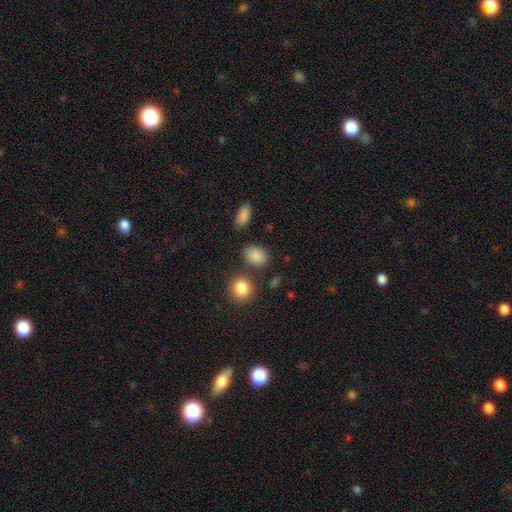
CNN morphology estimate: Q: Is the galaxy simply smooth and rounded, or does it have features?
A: smooth — 87%.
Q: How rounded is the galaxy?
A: in between — 59%.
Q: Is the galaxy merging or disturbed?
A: none — 77%.